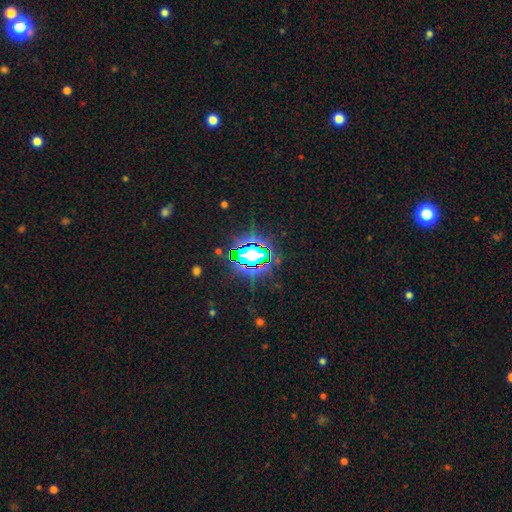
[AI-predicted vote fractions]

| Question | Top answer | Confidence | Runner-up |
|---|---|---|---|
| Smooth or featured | star or artifact | 74% | smooth (16%) |